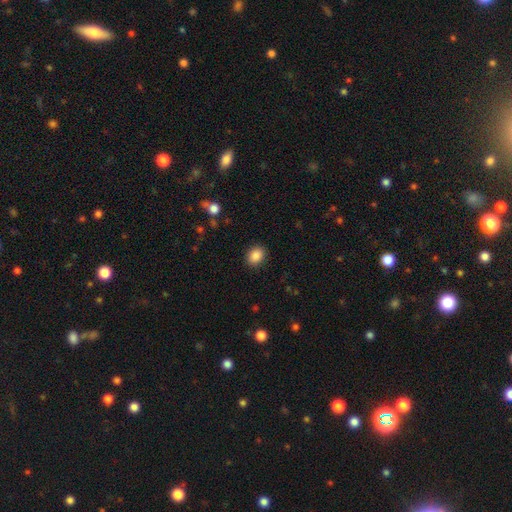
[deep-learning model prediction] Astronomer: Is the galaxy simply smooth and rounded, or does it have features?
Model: smooth — 87%.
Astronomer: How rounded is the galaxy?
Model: in between — 55% (runner-up: round, 44%).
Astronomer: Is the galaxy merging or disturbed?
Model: none — 89%.